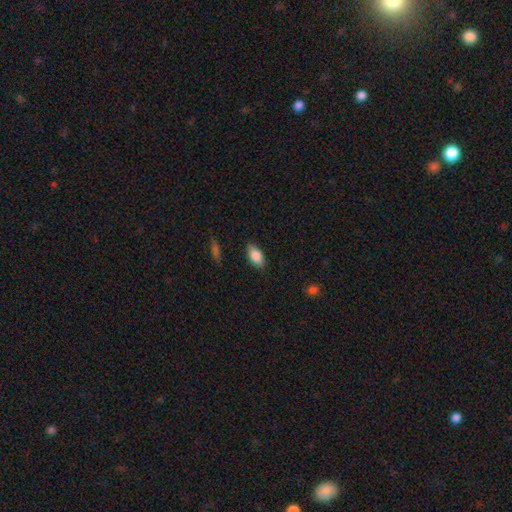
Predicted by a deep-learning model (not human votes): Smooth or featured: smooth — 85% (featured or disk — 8%)
How rounded: in between — 91% (cigar-shaped — 6%)
Merging: none — 84% (minor disturbance — 12%)